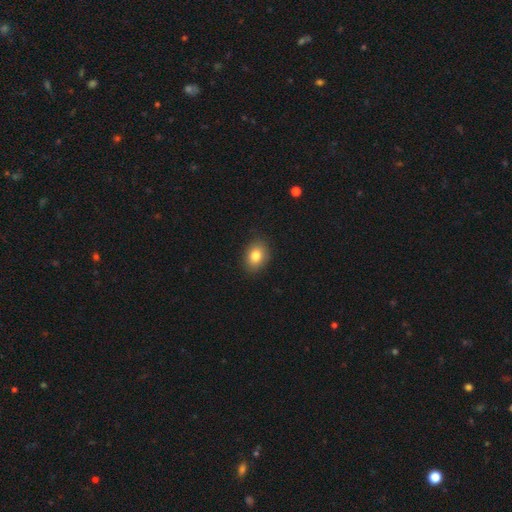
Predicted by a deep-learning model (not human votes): A smooth galaxy with no disk features (82%) that is in between round and cigar-shaped (65%).

Vote fractions:
- Smooth or featured? smooth: 82% / star or artifact: 10% / featured or disk: 8%
- How rounded? in between: 65% / round: 34% / cigar-shaped: 1%
- Merging? none: 87% / minor disturbance: 9% / major disturbance: 2% / merger: 1%